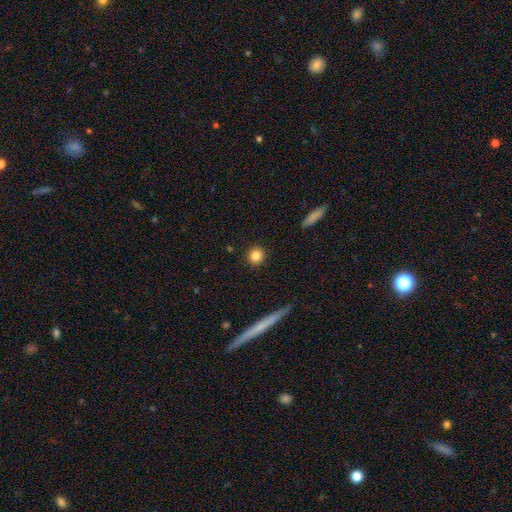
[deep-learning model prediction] A smooth galaxy with no disk features (84%) that is round (93%).

Vote fractions:
- Smooth or featured? smooth: 84% / star or artifact: 10% / featured or disk: 6%
- How rounded? round: 93% / in between: 6% / cigar-shaped: 1%
- Merging? none: 92% / minor disturbance: 5% / major disturbance: 2% / merger: 1%